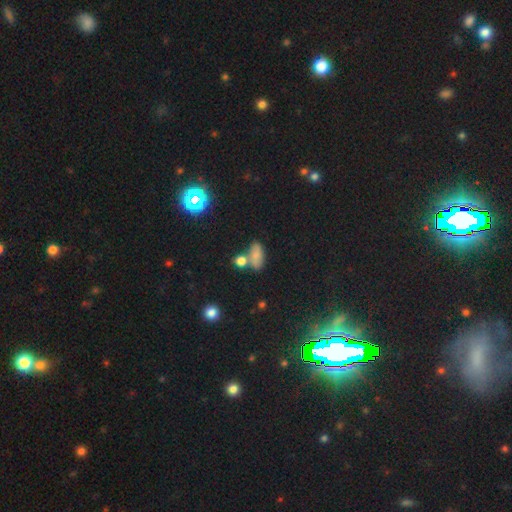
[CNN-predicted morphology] smooth-or-featured: smooth: 71% | star or artifact: 17% | featured or disk: 11%
  how-rounded: in between: 81% | cigar-shaped: 10% | round: 9%
  merging: none: 54% | merger: 24% | minor disturbance: 16% | major disturbance: 6%